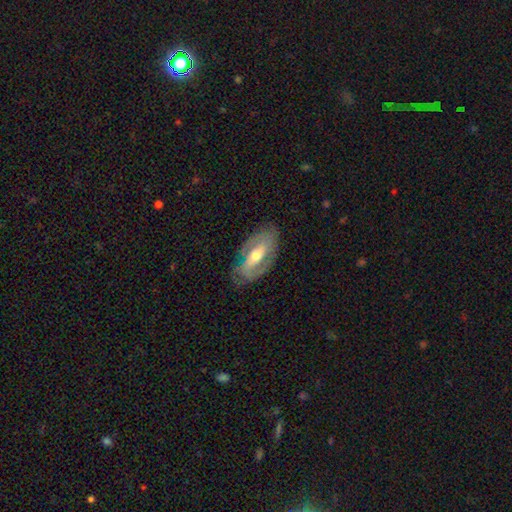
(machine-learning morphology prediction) Smooth or featured?
  - featured or disk: 73% *
  - smooth: 22%
  - star or artifact: 5%
Edge-on disk?
  - no: 89% *
  - yes: 11%
Bar?
  - strong: 36% *
  - weak: 35%
  - no: 30%
Spiral arms?
  - yes: 75% *
  - no: 25%
Bulge size?
  - moderate: 69% *
  - small: 22%
  - large: 7%
  - dominant: 1%
  - none: 1%
Merging?
  - none: 77% *
  - minor disturbance: 16%
  - major disturbance: 6%
  - merger: 1%